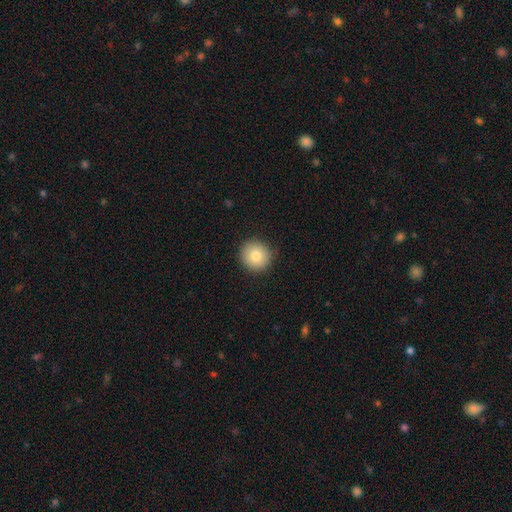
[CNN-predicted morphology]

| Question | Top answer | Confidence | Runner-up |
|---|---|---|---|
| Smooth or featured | smooth | 81% | featured or disk (9%) |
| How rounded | round | 93% | in between (6%) |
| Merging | none | 91% | minor disturbance (7%) |